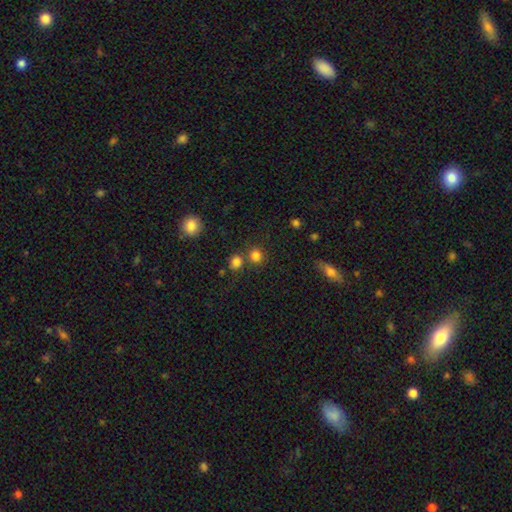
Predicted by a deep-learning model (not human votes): Smooth or featured?
  - smooth: 80% *
  - star or artifact: 15%
  - featured or disk: 5%
How rounded?
  - round: 86% *
  - in between: 13%
  - cigar-shaped: 1%
Merging?
  - none: 68% *
  - merger: 20%
  - minor disturbance: 8%
  - major disturbance: 3%